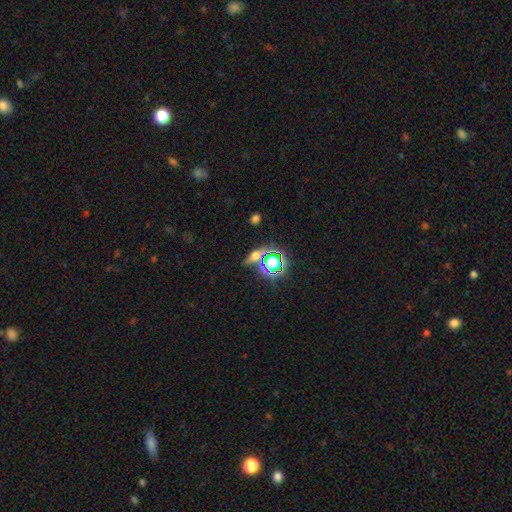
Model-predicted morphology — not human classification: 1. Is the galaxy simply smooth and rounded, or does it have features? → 40% star or artifact, 38% smooth, 22% featured or disk.